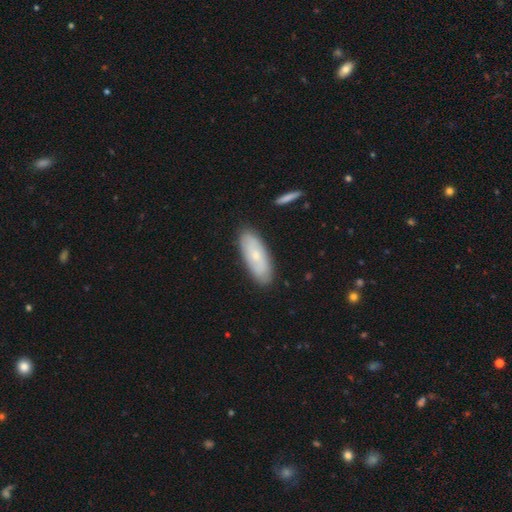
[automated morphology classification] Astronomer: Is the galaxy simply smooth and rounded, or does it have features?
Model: smooth — 59% (runner-up: featured or disk, 35%).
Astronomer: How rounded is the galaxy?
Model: in between — 76%.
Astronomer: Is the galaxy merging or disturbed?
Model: none — 85%.